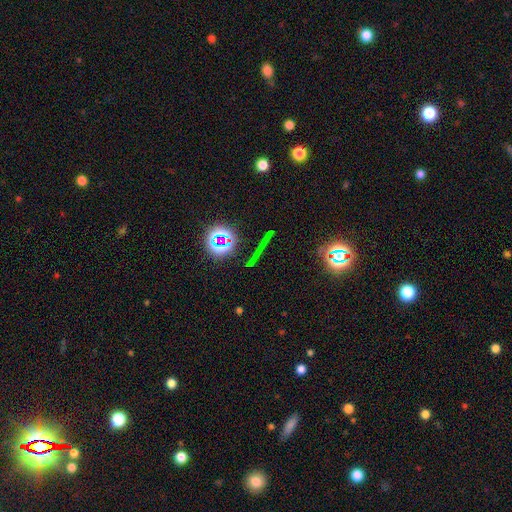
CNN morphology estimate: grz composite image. It shows a star or artifact, not a galaxy (71%).